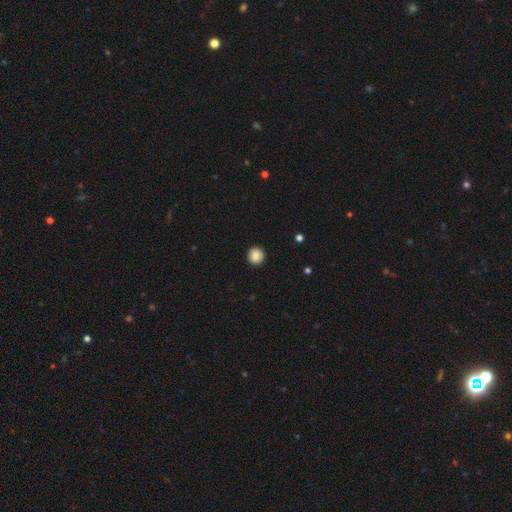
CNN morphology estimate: The model was most divided on "smooth or featured": smooth: 86%, star or artifact: 9%, featured or disk: 5%. More confident: how rounded — round (94%); merging — none (93%).